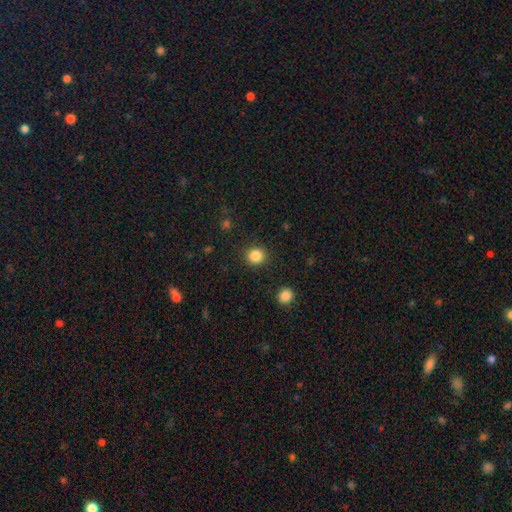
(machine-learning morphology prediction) The model was most divided on "smooth or featured": smooth: 85%, star or artifact: 11%, featured or disk: 4%. More confident: merging — none (90%); how rounded — round (90%).